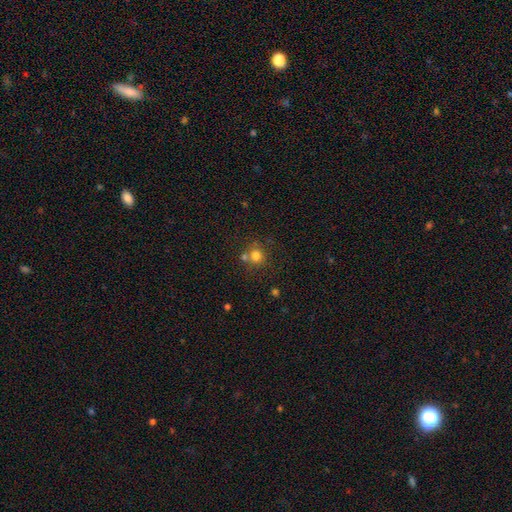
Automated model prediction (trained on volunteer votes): A smooth galaxy with no disk features (77%) that is round (89%).

Vote fractions:
- Smooth or featured? smooth: 77% / star or artifact: 14% / featured or disk: 9%
- How rounded? round: 89% / in between: 10% / cigar-shaped: 1%
- Merging? none: 61% / merger: 27% / minor disturbance: 9% / major disturbance: 4%